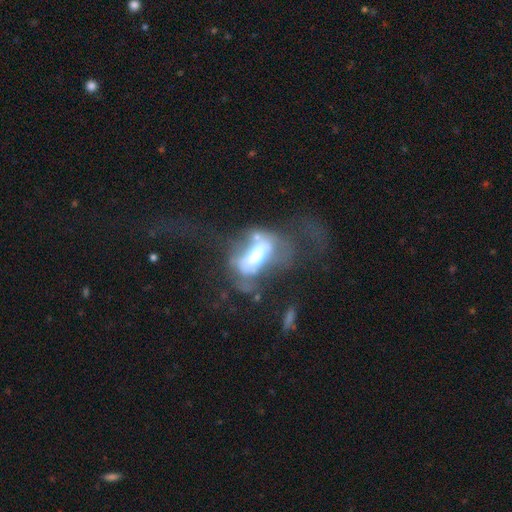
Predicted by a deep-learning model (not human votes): Morphology: type=featured or disk (57%); edge-on=no (88%); bar=no (52%); spiral arms=no (73%); bulge=moderate (61%); merging=major disturbance (46%).